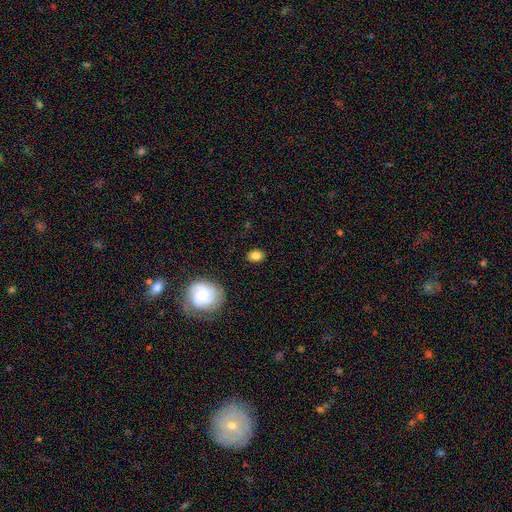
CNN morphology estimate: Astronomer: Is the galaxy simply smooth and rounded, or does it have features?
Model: smooth — 82%.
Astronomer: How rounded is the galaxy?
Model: in between — 57% (runner-up: round, 41%).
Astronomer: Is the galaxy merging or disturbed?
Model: none — 84%.